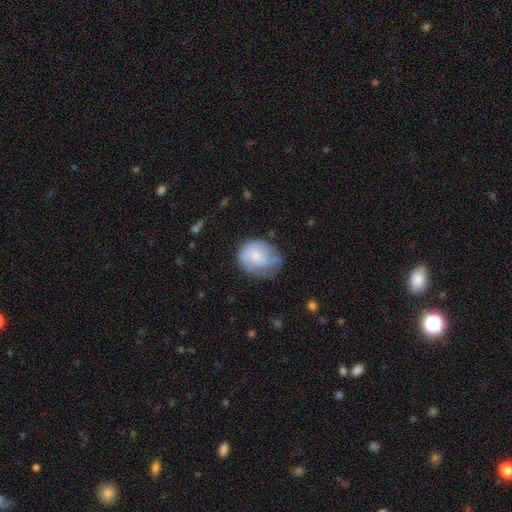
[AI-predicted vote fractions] This appears to be a smooth galaxy with no disk features (49%). Merging: none (51%).